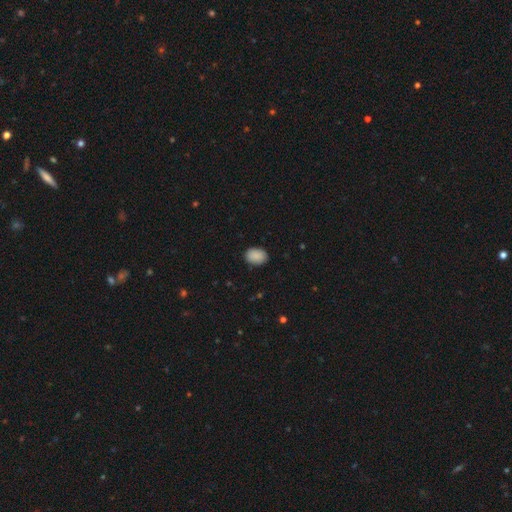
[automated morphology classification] smooth_or_featured: smooth (p=0.90) [alt: star or artifact p=0.07]
how_rounded: in between (p=0.72) [alt: round p=0.27]
merging: none (p=0.87) [alt: minor disturbance p=0.10]